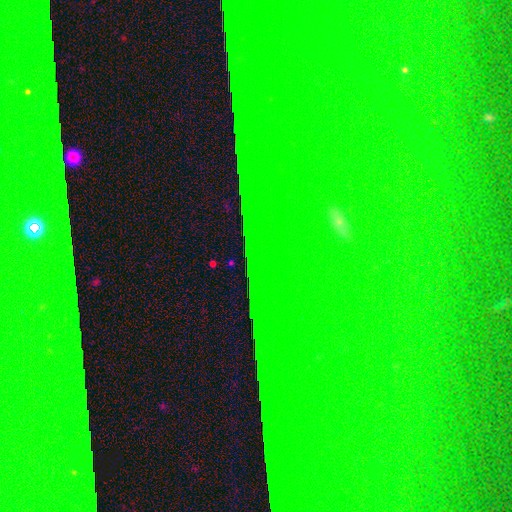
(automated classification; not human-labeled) Morphology: type=star or artifact (85%).